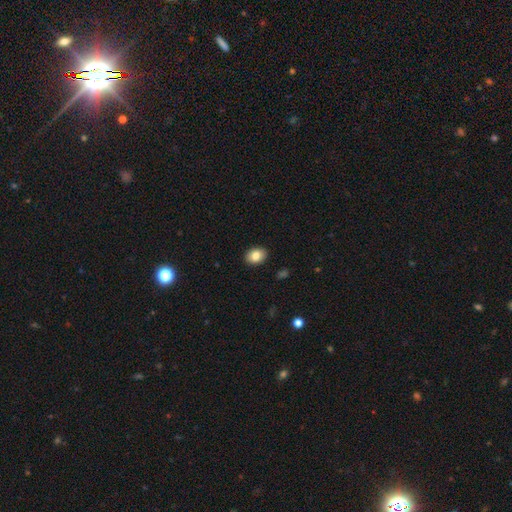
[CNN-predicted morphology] smooth_or_featured: smooth (p=0.84) [alt: star or artifact p=0.08]
how_rounded: in between (p=0.68) [alt: round p=0.31]
merging: none (p=0.90) [alt: minor disturbance p=0.07]